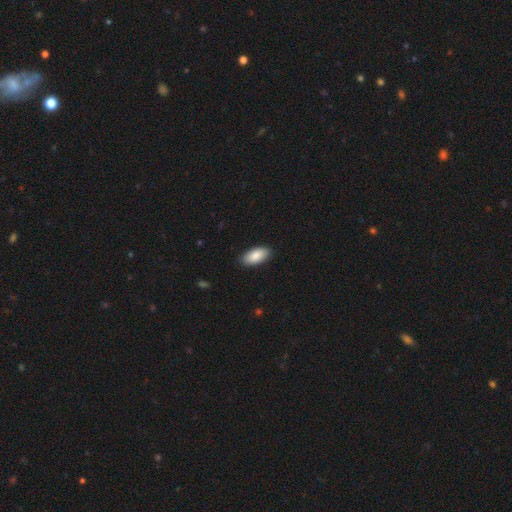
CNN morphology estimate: The model was most divided on "smooth or featured": smooth: 87%, featured or disk: 7%, star or artifact: 6%. More confident: how rounded — in between (93%); merging — none (89%).